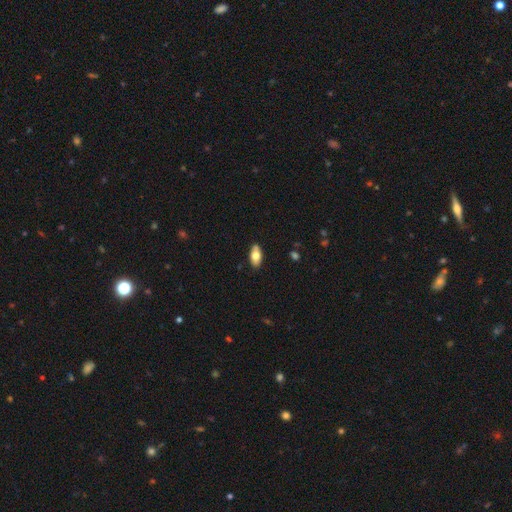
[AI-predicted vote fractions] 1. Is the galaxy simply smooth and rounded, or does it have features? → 73% smooth, 21% featured or disk, 7% star or artifact.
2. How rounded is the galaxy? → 90% in between, 7% cigar-shaped, 3% round.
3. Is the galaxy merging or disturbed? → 83% none, 12% minor disturbance, 2% merger, 2% major disturbance.